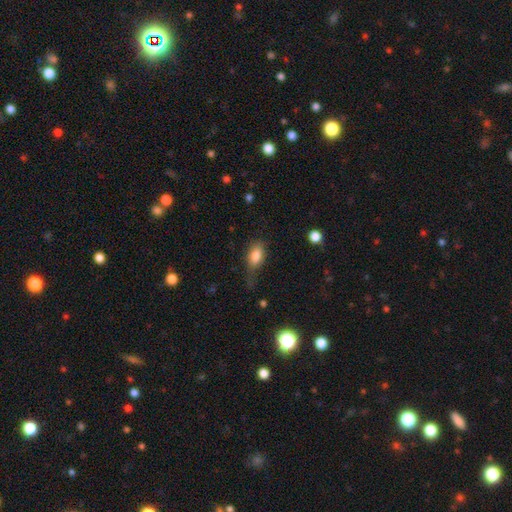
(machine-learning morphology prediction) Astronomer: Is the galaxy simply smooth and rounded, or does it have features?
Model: smooth — 82%.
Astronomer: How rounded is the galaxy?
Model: in between — 87%.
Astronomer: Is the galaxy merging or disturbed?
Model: none — 51% (runner-up: minor disturbance, 31%).